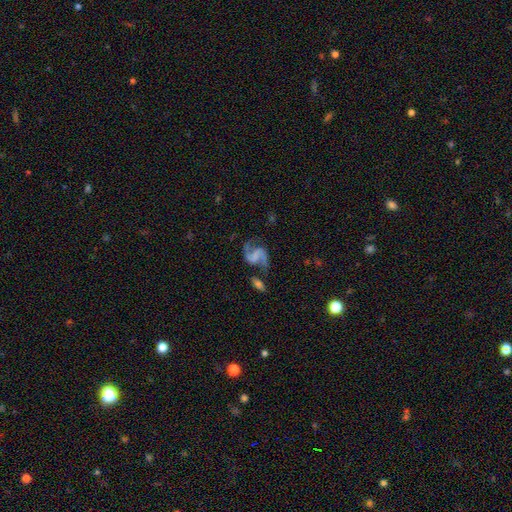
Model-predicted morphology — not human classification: featured or disk 88%, smooth 6%, star or artifact 6%. Down the decision tree: edge-on disk — no (98%); bar — weak (38%); spiral arms — yes (96%); spiral arm count — 2 (93%); spiral winding — loose (51%); bulge size — none (66%); merging — none (65%).